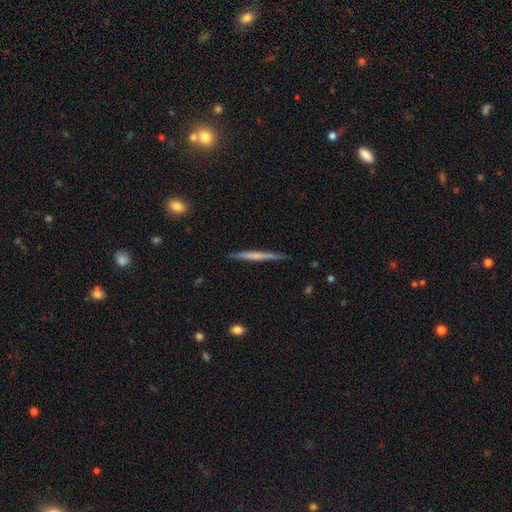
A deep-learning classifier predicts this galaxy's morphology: Smooth or featured?
  - featured or disk: 50% *
  - smooth: 45%
  - star or artifact: 5%
Merging?
  - none: 88% *
  - minor disturbance: 9%
  - major disturbance: 2%
  - merger: 1%